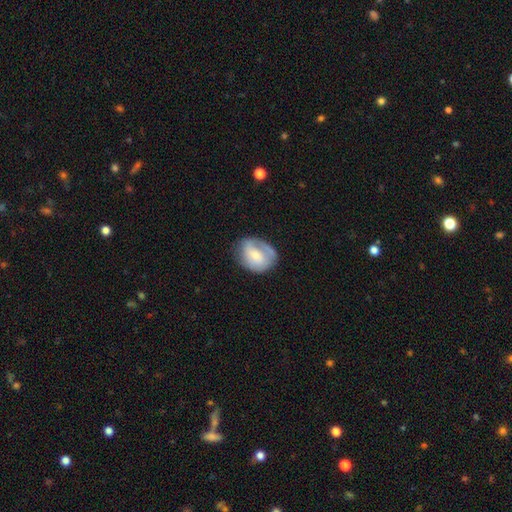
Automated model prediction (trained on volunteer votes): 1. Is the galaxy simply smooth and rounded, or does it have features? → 47% smooth, 46% featured or disk, 6% star or artifact.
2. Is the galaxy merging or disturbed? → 59% none, 26% minor disturbance, 12% major disturbance, 2% merger.